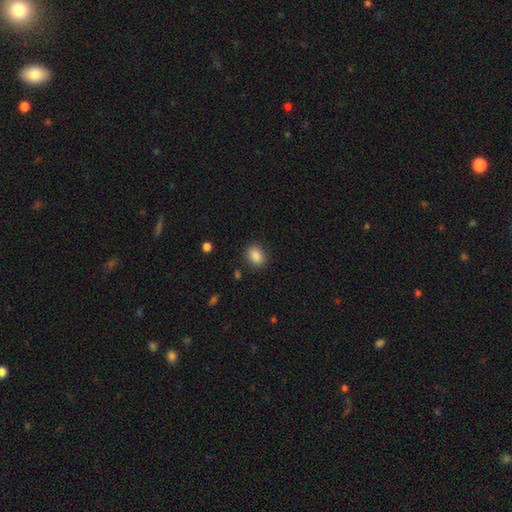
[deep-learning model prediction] The model was most divided on "how rounded": in between: 66%, round: 33%, cigar-shaped: 1%. More confident: smooth or featured — smooth (87%); merging — none (86%).